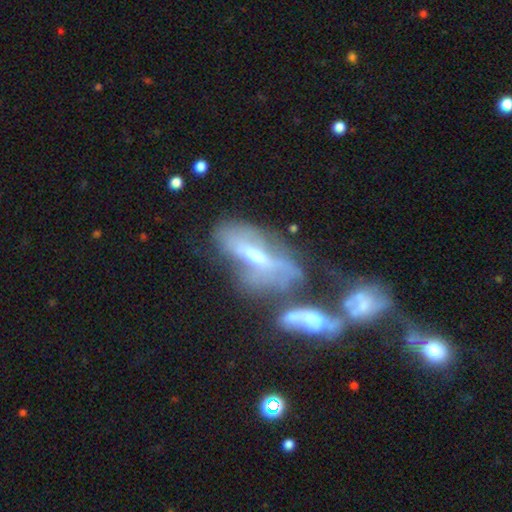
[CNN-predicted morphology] Smooth or featured? featured or disk (63%)
Edge-on disk? no (76%)
Merging? merger (35%)